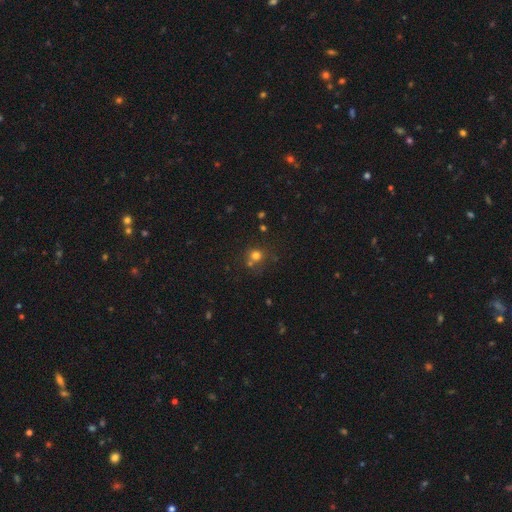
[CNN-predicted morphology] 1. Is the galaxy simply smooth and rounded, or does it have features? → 71% smooth, 20% star or artifact, 9% featured or disk.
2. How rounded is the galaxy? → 88% round, 11% in between, 1% cigar-shaped.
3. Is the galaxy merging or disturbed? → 63% none, 23% merger, 10% minor disturbance, 4% major disturbance.